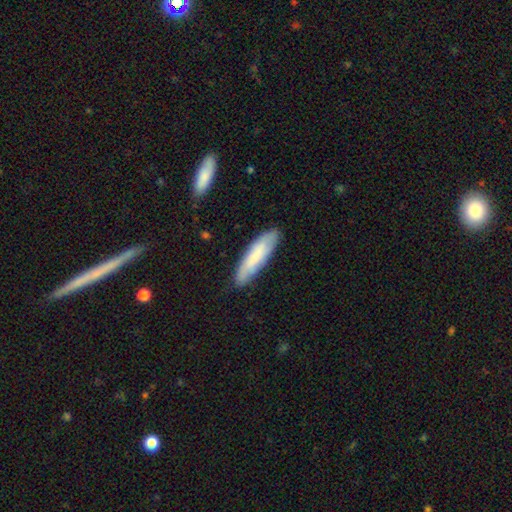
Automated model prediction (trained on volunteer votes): Morphology: type=smooth (71%); roundness=cigar-shaped (68%); merging=none (83%).